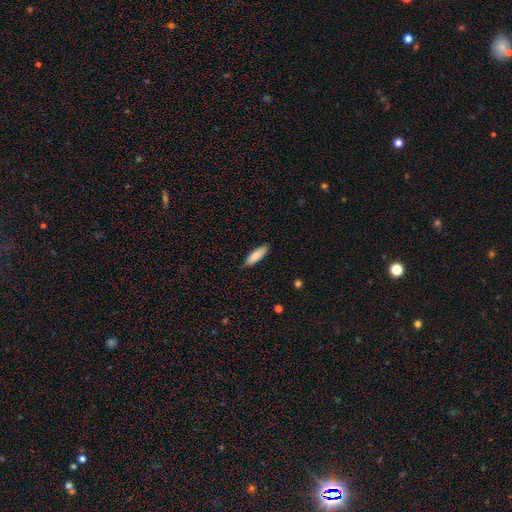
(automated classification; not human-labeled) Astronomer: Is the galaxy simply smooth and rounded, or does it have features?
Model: smooth — 86%.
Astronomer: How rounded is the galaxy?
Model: in between — 51% (runner-up: cigar-shaped, 47%).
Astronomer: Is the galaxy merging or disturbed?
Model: none — 86%.